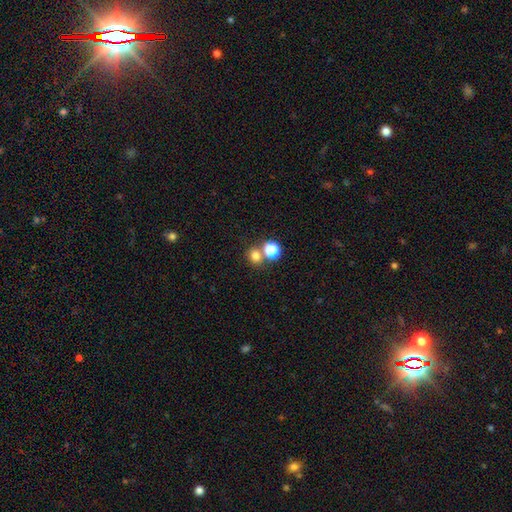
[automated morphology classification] smooth-or-featured: smooth: 75% | star or artifact: 18% | featured or disk: 7%
  how-rounded: round: 78% | in between: 21% | cigar-shaped: 1%
  merging: none: 63% | merger: 27% | minor disturbance: 7% | major disturbance: 3%